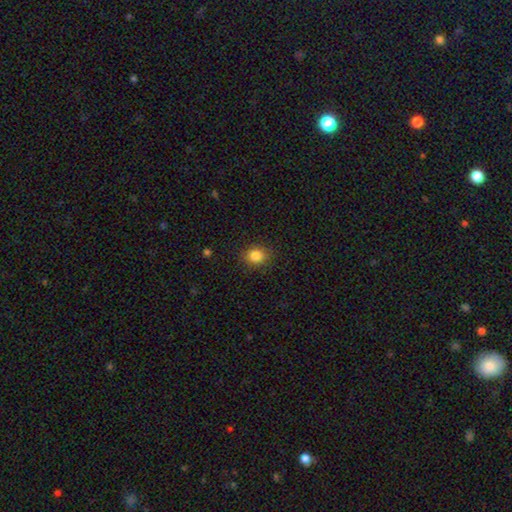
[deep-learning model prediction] Smooth or featured: smooth — 84% (star or artifact — 11%)
How rounded: round — 71% (in between — 28%)
Merging: none — 88% (minor disturbance — 8%)